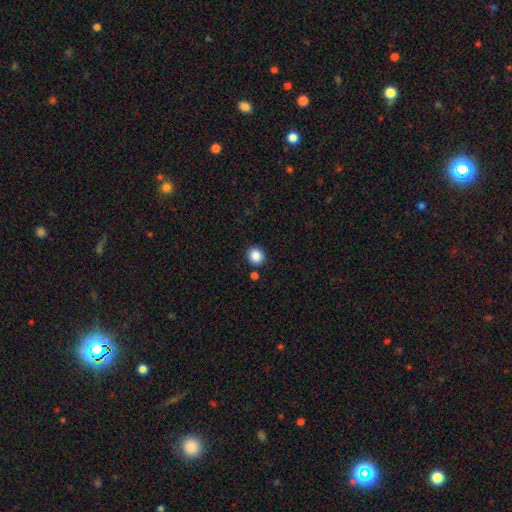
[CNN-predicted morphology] Q: Smooth or featured?
A: smooth (87%); runner-up: star or artifact (9%)
Q: How rounded?
A: round (79%); runner-up: in between (20%)
Q: Merging?
A: none (87%); runner-up: minor disturbance (7%)